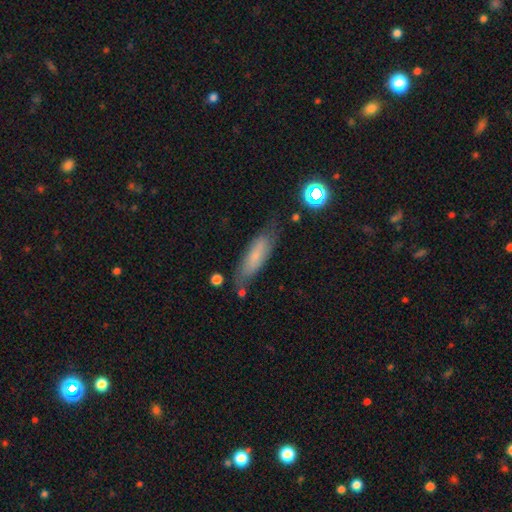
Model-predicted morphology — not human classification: type=smooth (65%); roundness=cigar-shaped (59%); merging=none (66%).